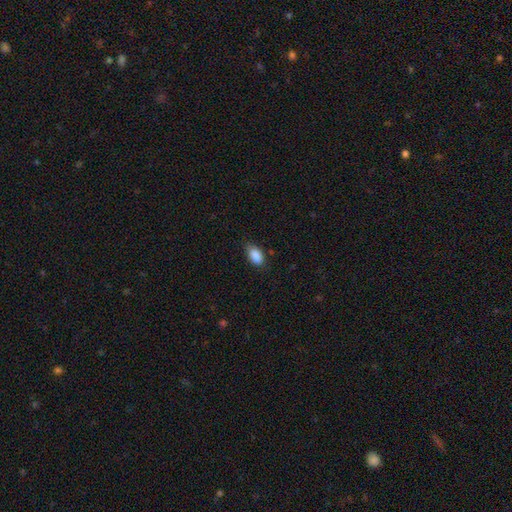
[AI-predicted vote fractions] smooth 88%, star or artifact 8%, featured or disk 4%. Down the decision tree: how rounded — in between (92%); merging — none (71%).